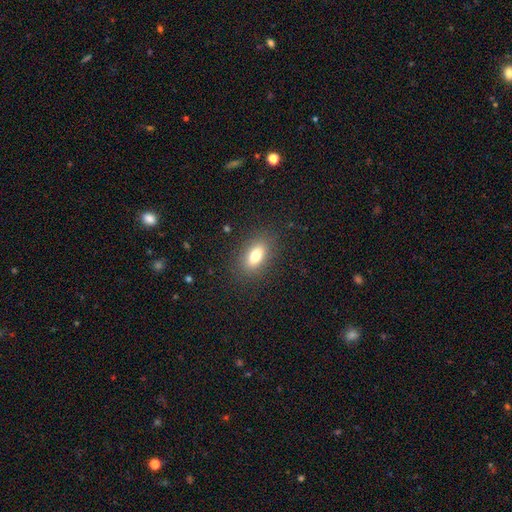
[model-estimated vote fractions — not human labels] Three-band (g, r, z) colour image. It shows a smooth galaxy with no disk features (77%) that is in between round and cigar-shaped (84%). Merging: none (86%).